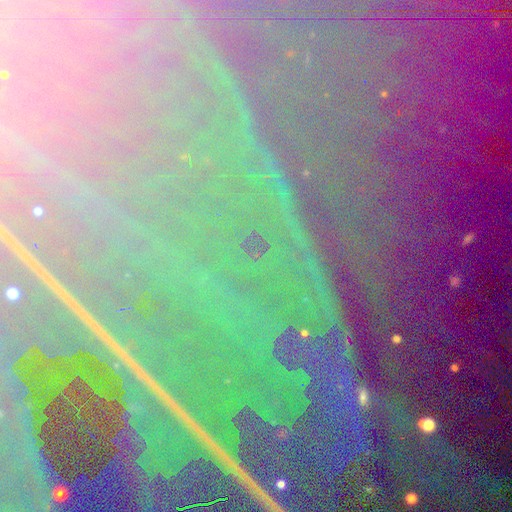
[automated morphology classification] Overall: star or artifact (89%).